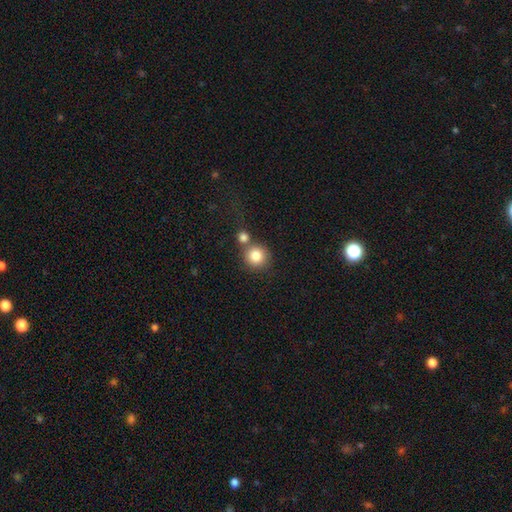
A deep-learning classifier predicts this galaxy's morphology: type=smooth (83%); roundness=round (92%); merging=none (57%).